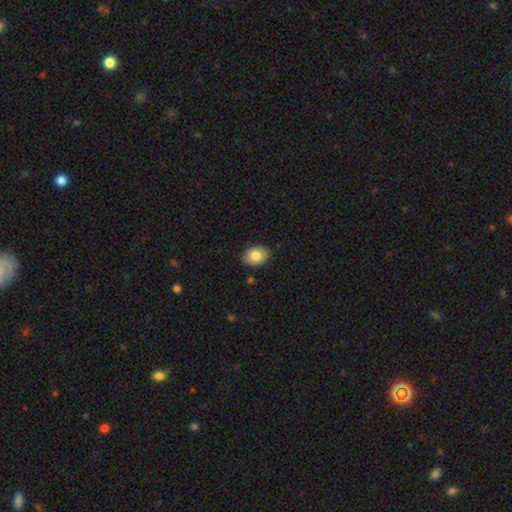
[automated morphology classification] This appears to be a smooth galaxy with no disk features (83%) that is in between round and cigar-shaped (76%). Merging: none (86%).